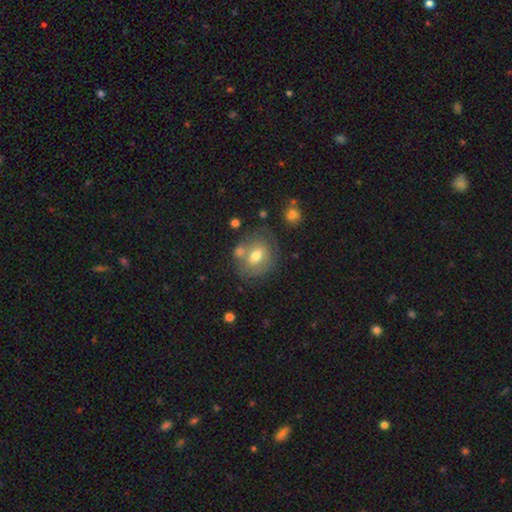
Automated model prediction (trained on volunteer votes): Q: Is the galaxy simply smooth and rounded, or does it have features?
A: smooth — 57%.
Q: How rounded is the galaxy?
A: in between — 51%.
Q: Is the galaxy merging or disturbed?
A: none — 59%.